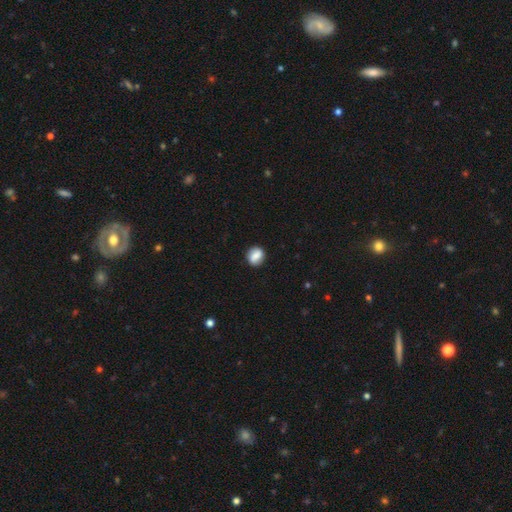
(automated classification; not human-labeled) Q: Smooth or featured?
A: smooth (75%); runner-up: featured or disk (17%)
Q: How rounded?
A: round (60%); runner-up: in between (38%)
Q: Merging?
A: none (83%); runner-up: minor disturbance (12%)